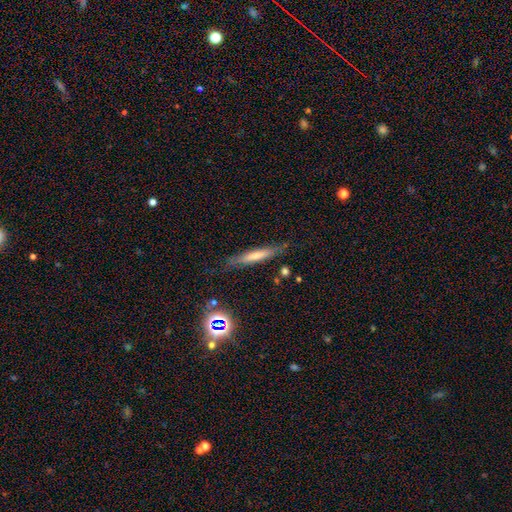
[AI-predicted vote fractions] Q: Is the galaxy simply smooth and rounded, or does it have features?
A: smooth — 48%.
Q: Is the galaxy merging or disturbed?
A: none — 78%.